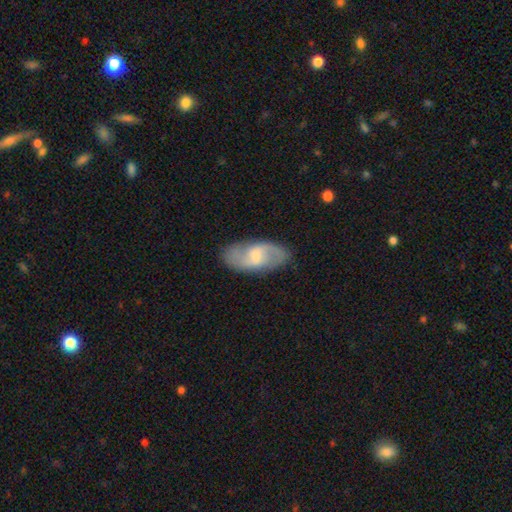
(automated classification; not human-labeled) Overall: featured or disk (70%). Edge-on disk: no (95%). Bar: weak (59%; no 26%). Spiral arms: yes (89%). Spiral arm count: 2 (88%). Spiral winding: medium (45%; loose 41%). Bulge size: small (43%; moderate 38%). Merging: none (84%).